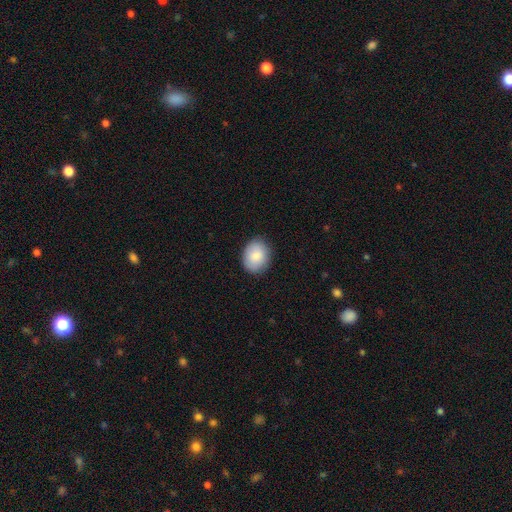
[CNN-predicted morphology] type=smooth (85%); roundness=in between (57%); merging=none (85%).